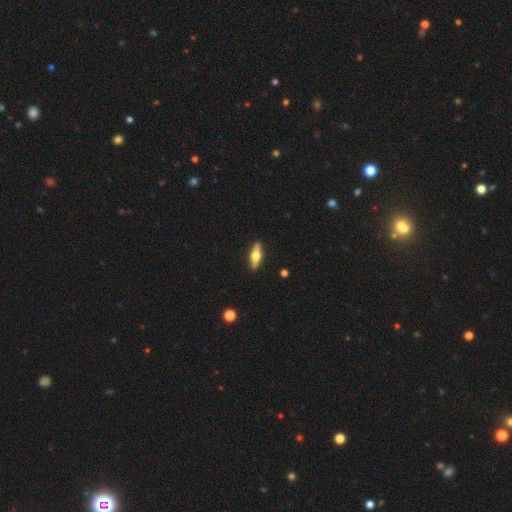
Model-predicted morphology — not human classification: Smooth or featured?
  - featured or disk: 48% *
  - smooth: 46%
  - star or artifact: 6%
Merging?
  - none: 90% *
  - minor disturbance: 7%
  - major disturbance: 2%
  - merger: 1%